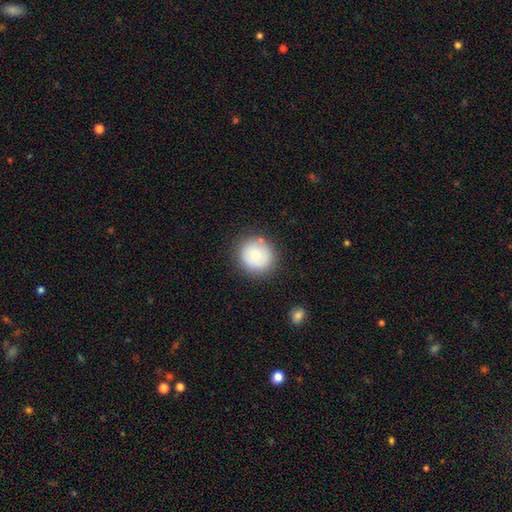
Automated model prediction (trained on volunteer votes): smooth_or_featured: smooth (p=0.79) [alt: featured or disk p=0.13]
how_rounded: round (p=0.90) [alt: in between p=0.09]
merging: none (p=0.81) [alt: minor disturbance p=0.12]